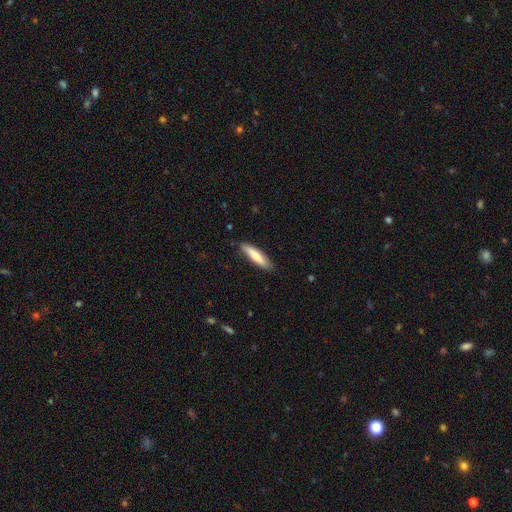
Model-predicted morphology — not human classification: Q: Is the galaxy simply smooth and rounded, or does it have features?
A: smooth — 79%.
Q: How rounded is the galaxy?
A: cigar-shaped — 76%.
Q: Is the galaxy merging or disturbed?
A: none — 86%.